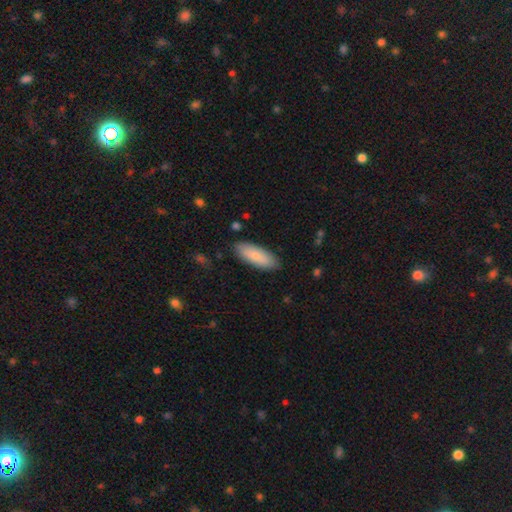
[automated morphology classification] smooth-or-featured: smooth: 82% | featured or disk: 12% | star or artifact: 6%
  how-rounded: in between: 71% | cigar-shaped: 28% | round: 2%
  merging: none: 87% | minor disturbance: 10% | major disturbance: 2% | merger: 1%